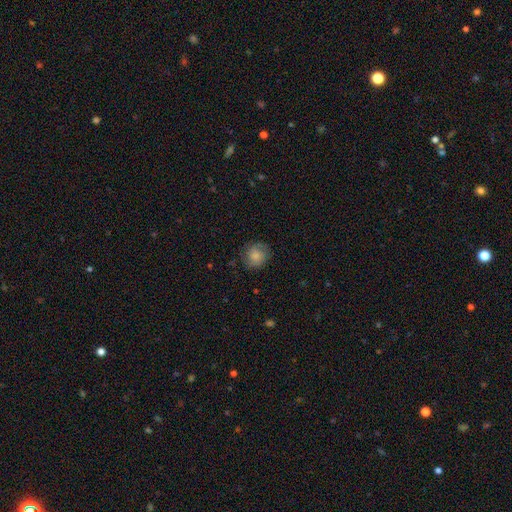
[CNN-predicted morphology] type=smooth (79%); roundness=round (84%); merging=none (78%).